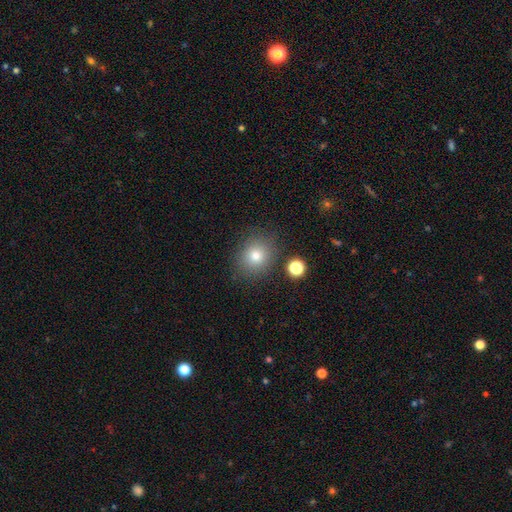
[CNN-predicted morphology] smooth 77%, star or artifact 14%, featured or disk 9%. Down the decision tree: how rounded — round (73%); merging — none (83%).